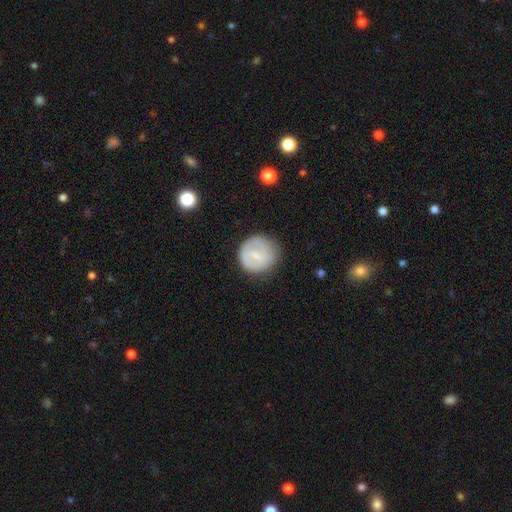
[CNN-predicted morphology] smooth-or-featured: smooth: 64% | featured or disk: 29% | star or artifact: 7%
  how-rounded: round: 91% | in between: 8% | cigar-shaped: 1%
  merging: none: 75% | minor disturbance: 17% | major disturbance: 6% | merger: 1%